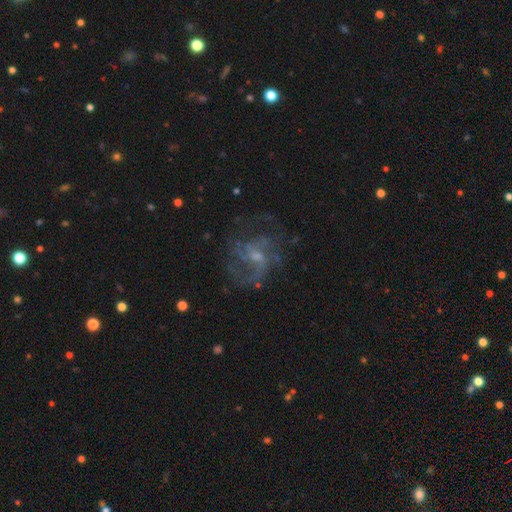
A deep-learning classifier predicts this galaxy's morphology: Smooth or featured: featured or disk — 79% (smooth — 11%)
Edge-on disk: no — 98% (yes — 2%)
Bar: no — 55% (weak — 39%)
Spiral arms: yes — 87% (no — 13%)
Spiral winding: medium — 45% (loose — 37%)
Spiral arm count: can't tell — 28% (3 — 27%)
Bulge size: small — 53% (moderate — 31%)
Merging: none — 58% (major disturbance — 23%)